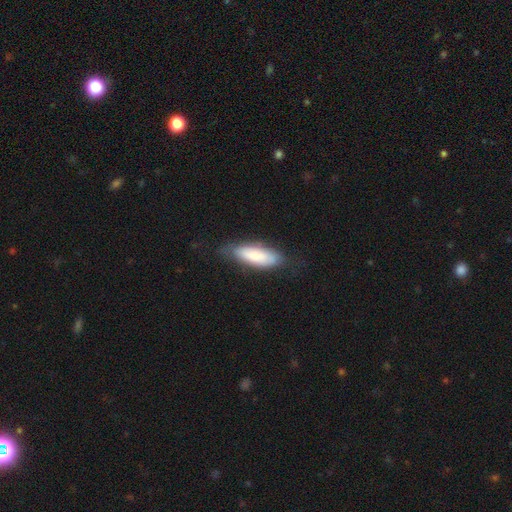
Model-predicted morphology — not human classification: Smooth or featured? Predicted: smooth (p=0.75). How rounded? Predicted: in between (p=0.63). Merging? Predicted: none (p=0.69).